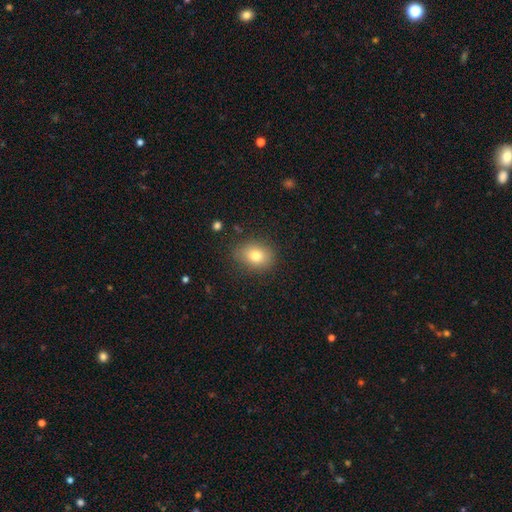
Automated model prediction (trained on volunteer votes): smooth_or_featured: smooth (p=0.78) [alt: star or artifact p=0.11]
how_rounded: in between (p=0.53) [alt: round p=0.46]
merging: none (p=0.84) [alt: minor disturbance p=0.11]